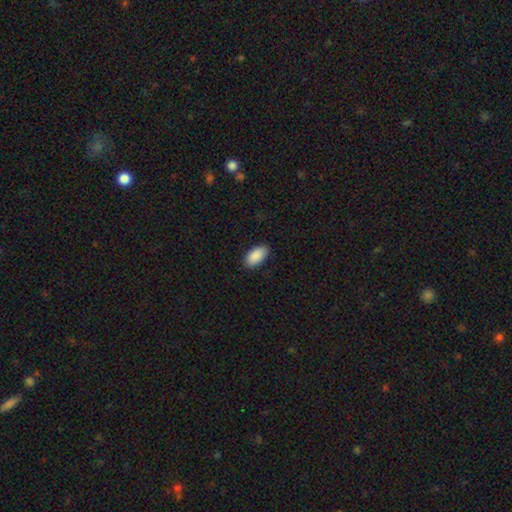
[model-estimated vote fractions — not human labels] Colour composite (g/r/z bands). It shows a smooth galaxy with no disk features (90%) that is in between round and cigar-shaped (95%). Merging: none (88%).